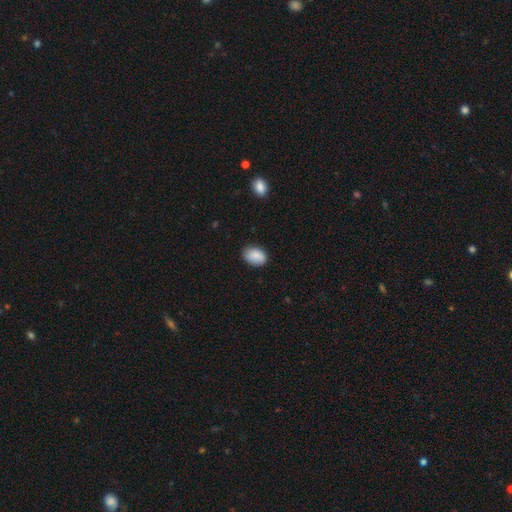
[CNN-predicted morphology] A smooth galaxy with no disk features (87%) that is in between round and cigar-shaped (81%).

Vote fractions:
- Smooth or featured? smooth: 87% / star or artifact: 7% / featured or disk: 6%
- How rounded? in between: 81% / round: 18% / cigar-shaped: 1%
- Merging? none: 81% / minor disturbance: 15% / major disturbance: 3% / merger: 1%